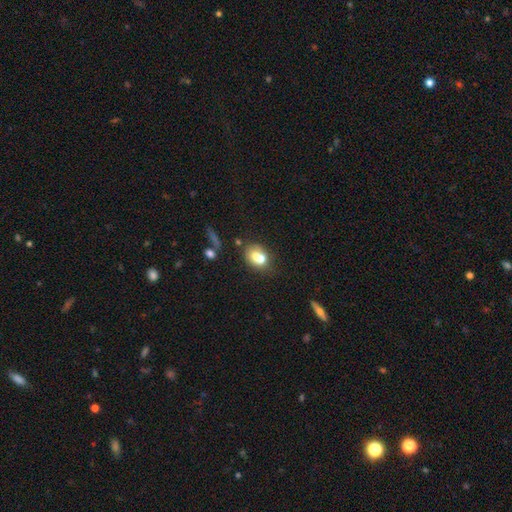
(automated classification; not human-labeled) Smooth or featured: smooth — 69% (featured or disk — 19%)
How rounded: in between — 56% (round — 42%)
Merging: none — 40% (merger — 39%)